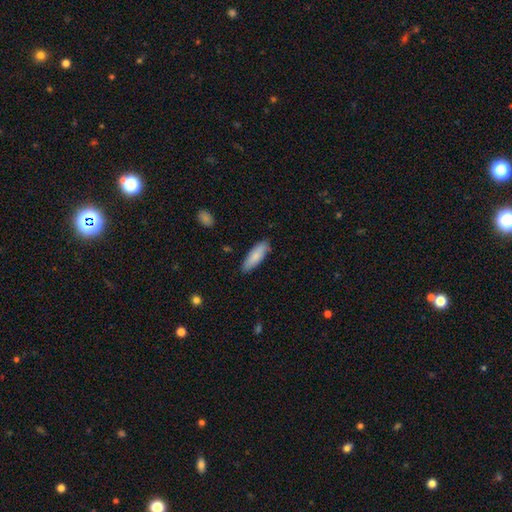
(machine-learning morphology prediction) type=smooth (83%); roundness=in between (57%); merging=none (83%).